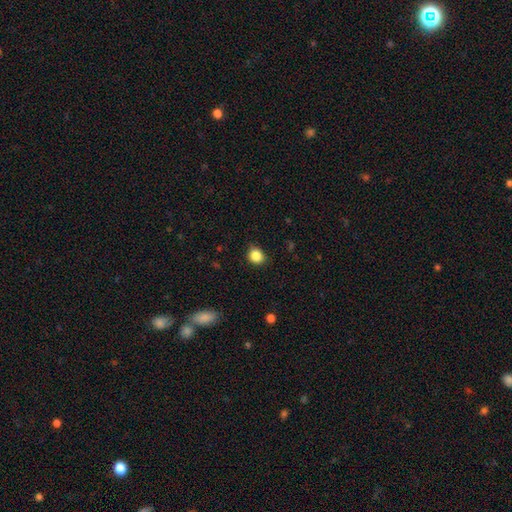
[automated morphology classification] Smooth or featured? Predicted: smooth (p=0.86). How rounded? Predicted: round (p=0.71). Merging? Predicted: none (p=0.82).